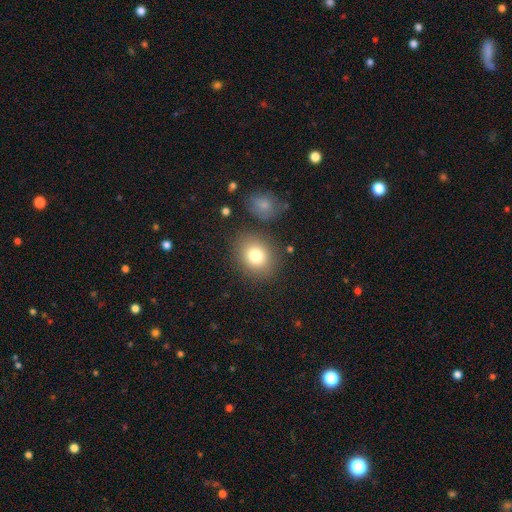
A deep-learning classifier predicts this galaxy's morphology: Smooth or featured: smooth — 79% (star or artifact — 11%)
How rounded: round — 59% (in between — 40%)
Merging: none — 81% (minor disturbance — 10%)